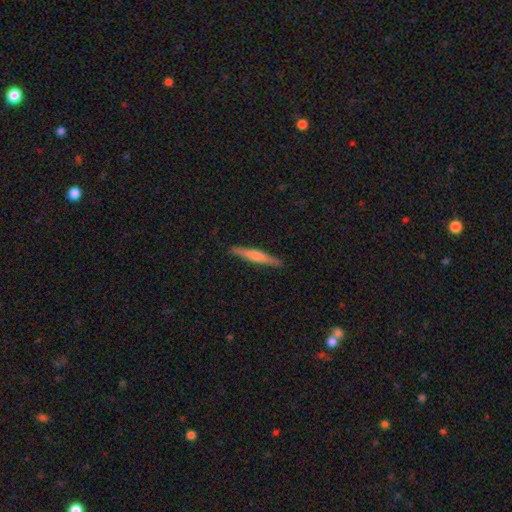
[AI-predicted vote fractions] Overall: smooth (48%; featured or disk 46%). Merging: none (90%).